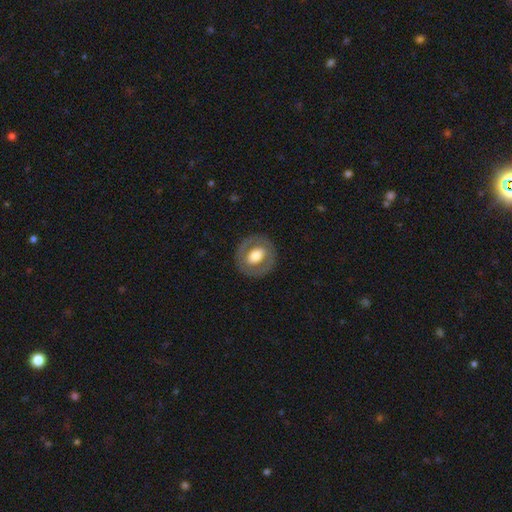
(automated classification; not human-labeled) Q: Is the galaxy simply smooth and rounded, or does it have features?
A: smooth — 48%.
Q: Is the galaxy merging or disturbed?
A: none — 84%.